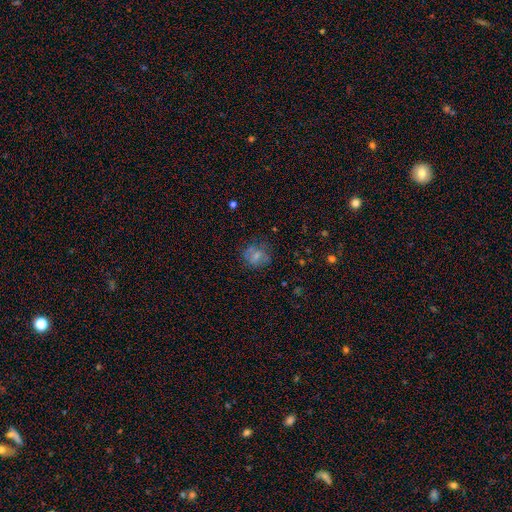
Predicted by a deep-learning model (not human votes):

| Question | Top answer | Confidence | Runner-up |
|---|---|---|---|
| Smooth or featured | smooth | 61% | featured or disk (25%) |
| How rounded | round | 68% | in between (31%) |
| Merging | none | 62% | minor disturbance (21%) |